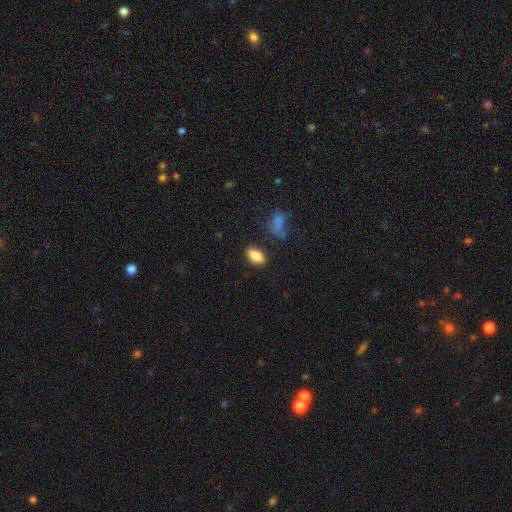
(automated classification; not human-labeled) The model was most divided on "how rounded": in between: 84%, cigar-shaped: 12%, round: 4%. More confident: merging — none (84%); smooth or featured — smooth (83%).